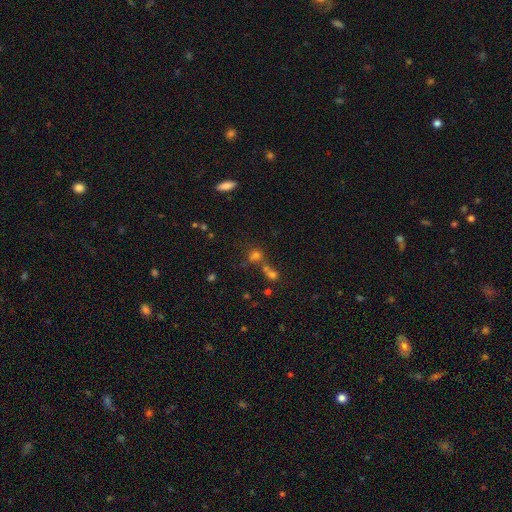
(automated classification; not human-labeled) A smooth galaxy with no disk features (62%) that is round (80%).

Vote fractions:
- Smooth or featured? smooth: 62% / star or artifact: 27% / featured or disk: 11%
- How rounded? round: 80% / in between: 17% / cigar-shaped: 2%
- Merging? none: 48% / merger: 37% / minor disturbance: 9% / major disturbance: 6%